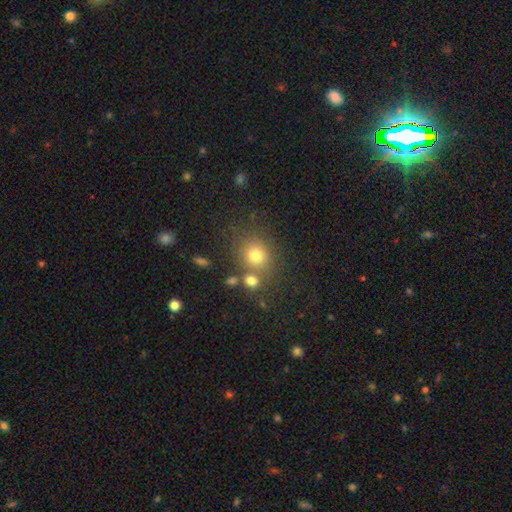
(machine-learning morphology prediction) Smooth or featured? Predicted: smooth (p=0.75). How rounded? Predicted: round (p=0.80). Merging? Predicted: none (p=0.68).